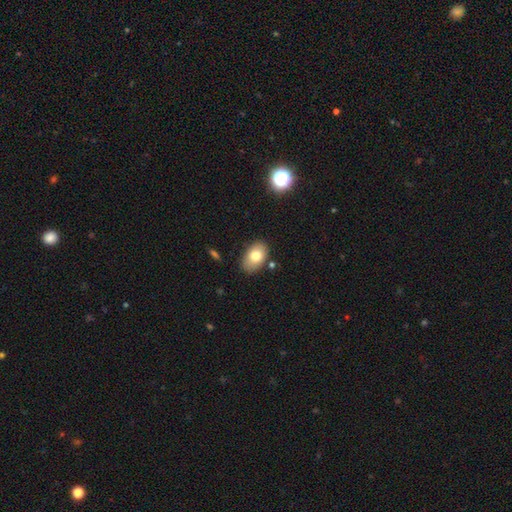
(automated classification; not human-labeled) Q: Smooth or featured?
A: smooth (79%); runner-up: featured or disk (14%)
Q: How rounded?
A: in between (89%); runner-up: round (10%)
Q: Merging?
A: none (81%); runner-up: minor disturbance (13%)